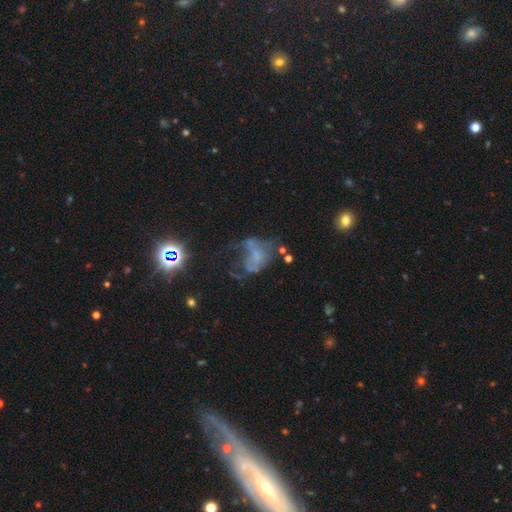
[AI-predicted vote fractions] Smooth or featured?
  - featured or disk: 44% *
  - smooth: 30%
  - star or artifact: 26%
Merging?
  - major disturbance: 45% *
  - none: 25%
  - minor disturbance: 17%
  - merger: 13%